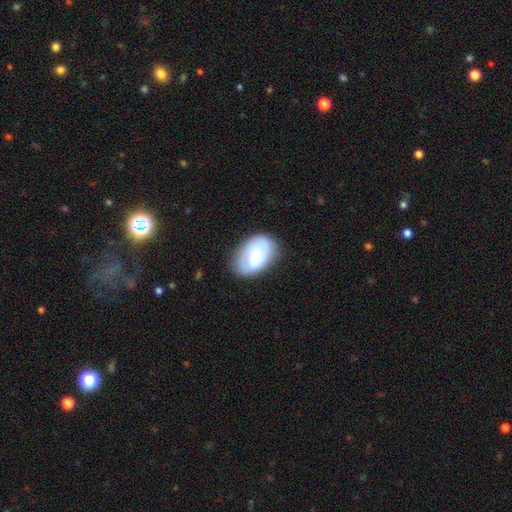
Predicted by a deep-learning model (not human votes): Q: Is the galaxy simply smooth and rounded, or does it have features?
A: smooth — 57%.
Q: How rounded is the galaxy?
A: in between — 89%.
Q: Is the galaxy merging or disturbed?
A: none — 77%.